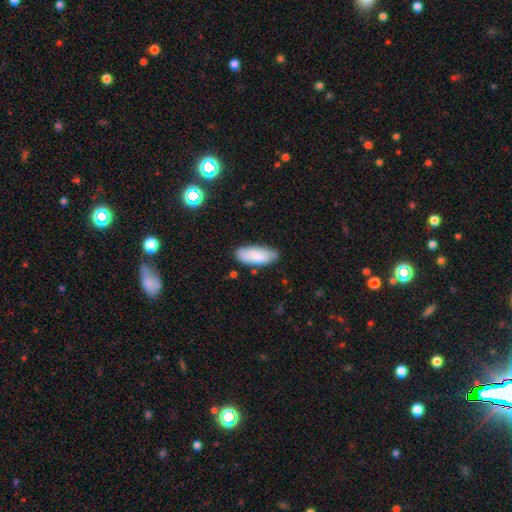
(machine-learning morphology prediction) A smooth galaxy with no disk features (75%) that is in between round and cigar-shaped (83%). Merging: none (74%).